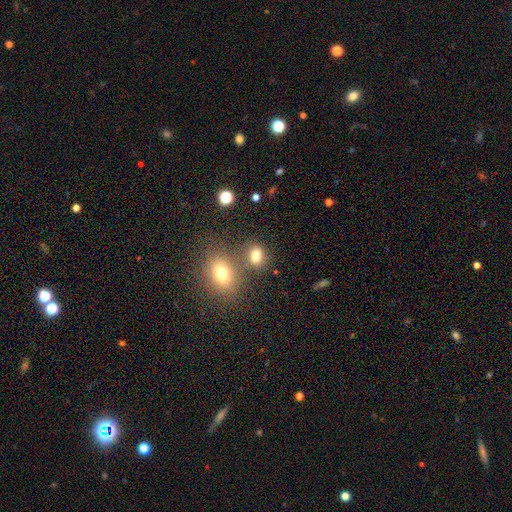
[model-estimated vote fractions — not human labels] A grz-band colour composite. It shows a smooth galaxy with no disk features (77%) that is in between round and cigar-shaped (63%). Merging: none (59%).